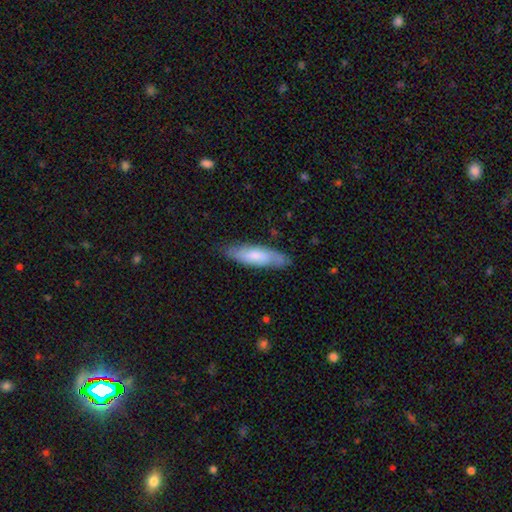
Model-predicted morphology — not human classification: Smooth or featured? smooth (66%)
How rounded? cigar-shaped (56%)
Merging? none (78%)